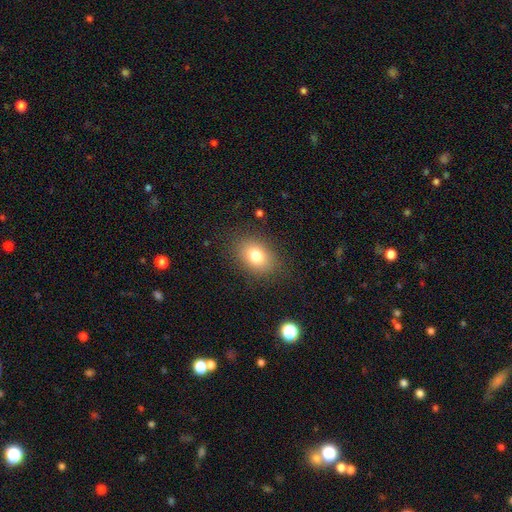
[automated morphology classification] Smooth or featured: smooth — 79% (star or artifact — 11%)
How rounded: in between — 71% (round — 28%)
Merging: none — 84% (minor disturbance — 10%)